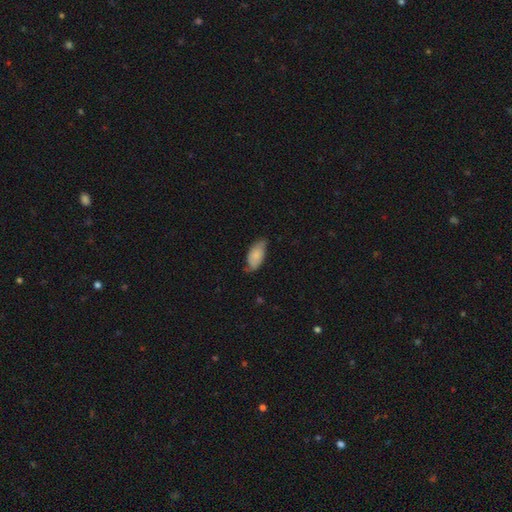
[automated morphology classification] smooth 74%, featured or disk 20%, star or artifact 6%. Down the decision tree: how rounded — in between (92%); merging — none (57%).